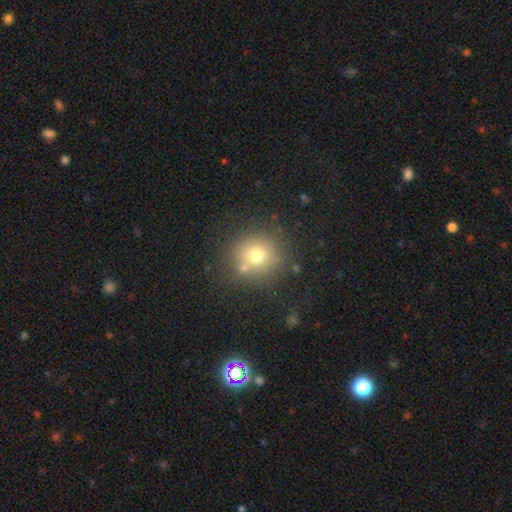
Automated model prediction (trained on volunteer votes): This is likely a smooth galaxy (71%). How rounded: clearly round (89%). Merging: likely none (74%).